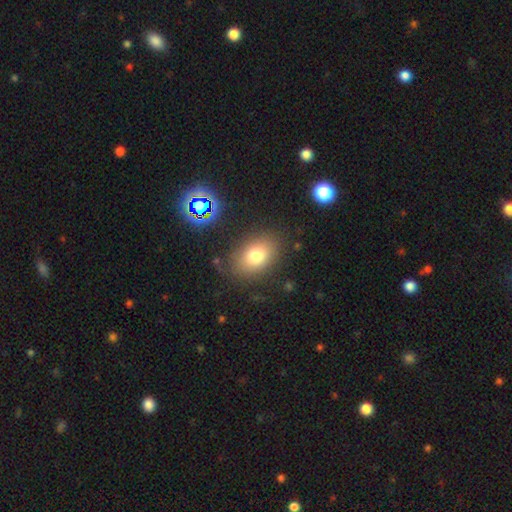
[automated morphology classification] The model was most divided on "how rounded": in between: 76%, round: 23%, cigar-shaped: 1%. More confident: merging — none (81%); smooth or featured — smooth (77%).